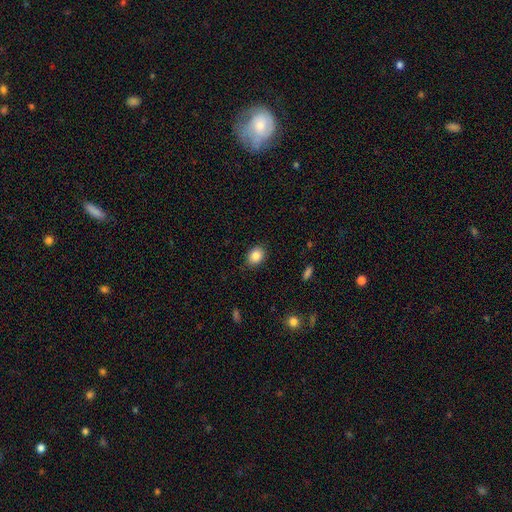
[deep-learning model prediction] Smooth or featured?
  - smooth: 86% *
  - star or artifact: 9%
  - featured or disk: 6%
How rounded?
  - in between: 62% *
  - round: 37%
  - cigar-shaped: 1%
Merging?
  - none: 87% *
  - minor disturbance: 9%
  - major disturbance: 2%
  - merger: 1%